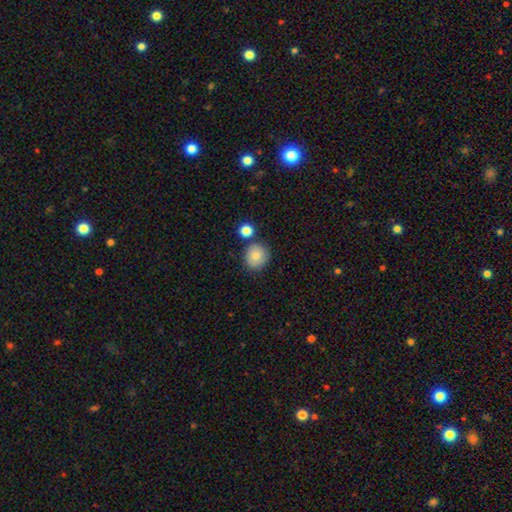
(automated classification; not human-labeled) This is clearly a smooth galaxy (82%). How rounded: clearly round (84%). Merging: likely none (77%).